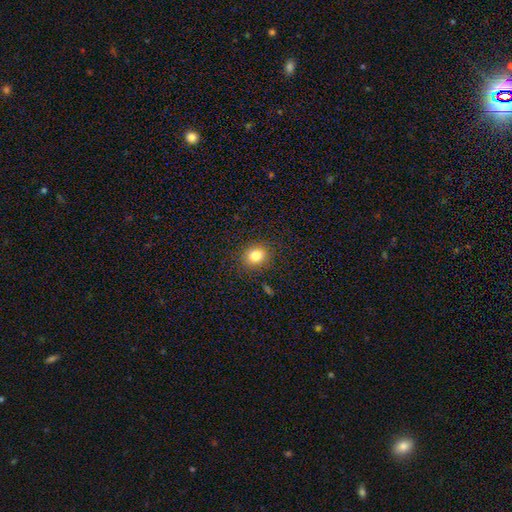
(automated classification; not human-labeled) Smooth or featured? smooth (82%)
How rounded? round (66%)
Merging? none (88%)